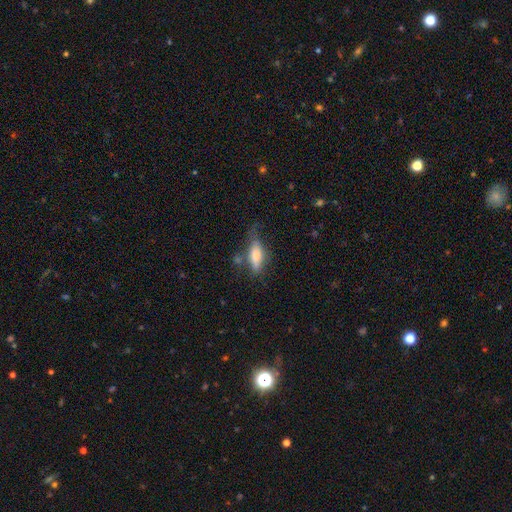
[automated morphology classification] type=smooth (69%); roundness=in between (62%); merging=none (51%).